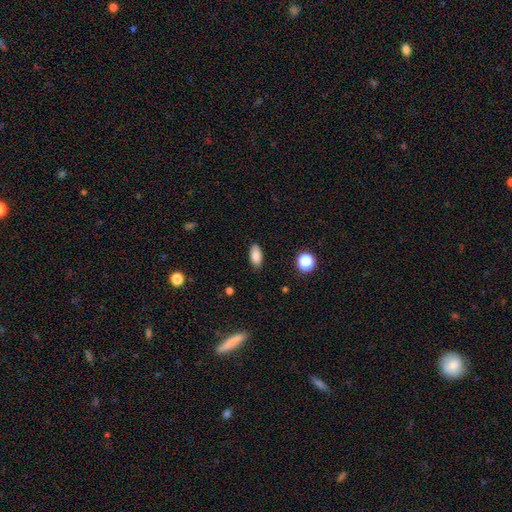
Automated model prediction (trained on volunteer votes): Smooth or featured? Predicted: smooth (p=0.86). How rounded? Predicted: in between (p=0.89). Merging? Predicted: none (p=0.86).